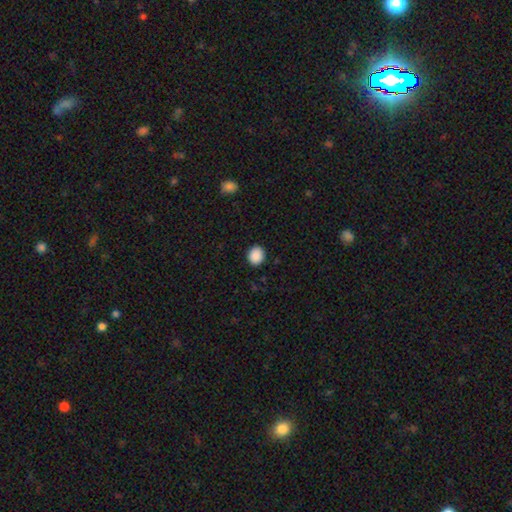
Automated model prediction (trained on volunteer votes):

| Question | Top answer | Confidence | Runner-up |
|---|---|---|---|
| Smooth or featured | smooth | 89% | star or artifact (8%) |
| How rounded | round | 74% | in between (25%) |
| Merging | none | 91% | minor disturbance (6%) |